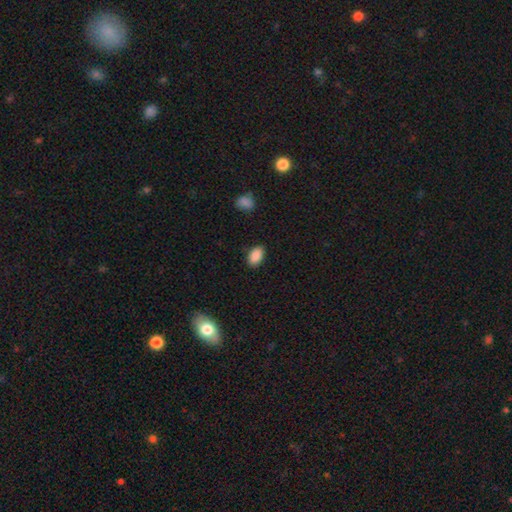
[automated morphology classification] A smooth galaxy with no disk features (89%) that is in between round and cigar-shaped (91%). Merging: none (86%).